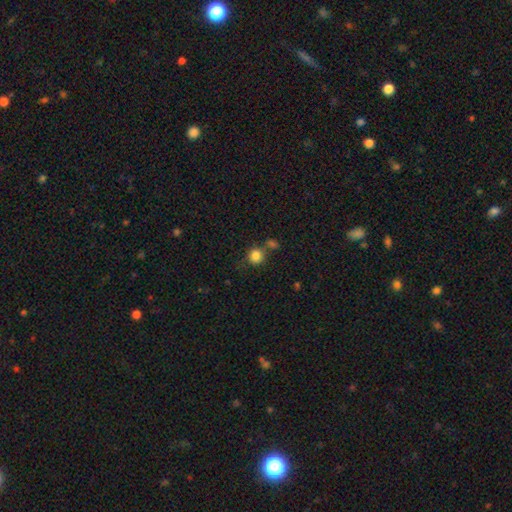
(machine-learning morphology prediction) Smooth or featured? smooth (84%)
How rounded? round (89%)
Merging? none (65%)